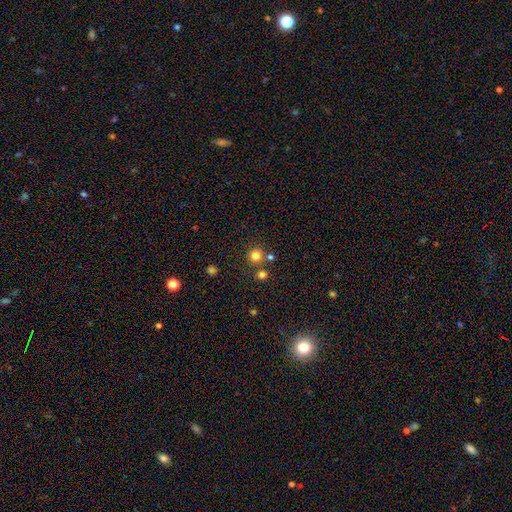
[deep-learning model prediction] Overall: smooth (79%). How rounded: round (94%). Merging: none (78%).